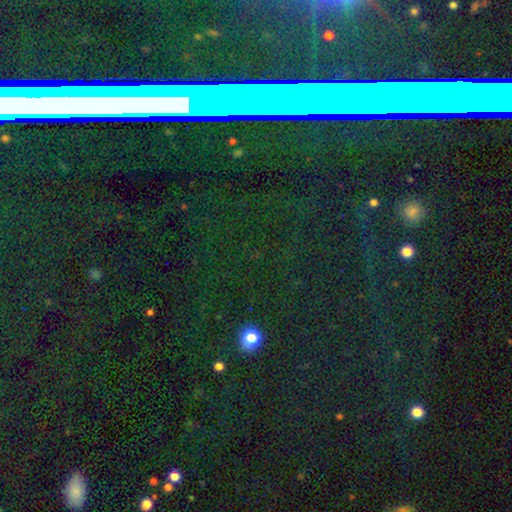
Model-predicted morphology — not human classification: This appears to be a star or artifact, not a galaxy (74%).